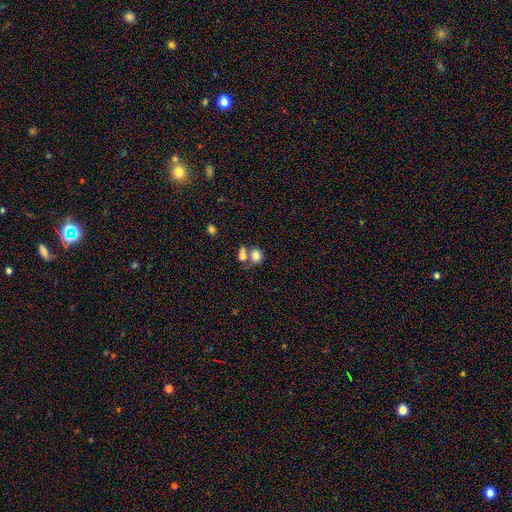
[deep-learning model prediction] A smooth galaxy with no disk features (79%) that is round (63%). Merging: merger (47%).